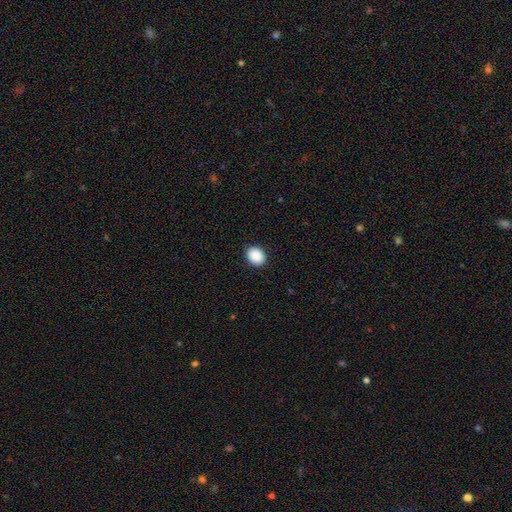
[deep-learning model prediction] The model was most divided on "how rounded": round: 54%, in between: 45%, cigar-shaped: 1%. More confident: merging — none (91%); smooth or featured — smooth (90%).